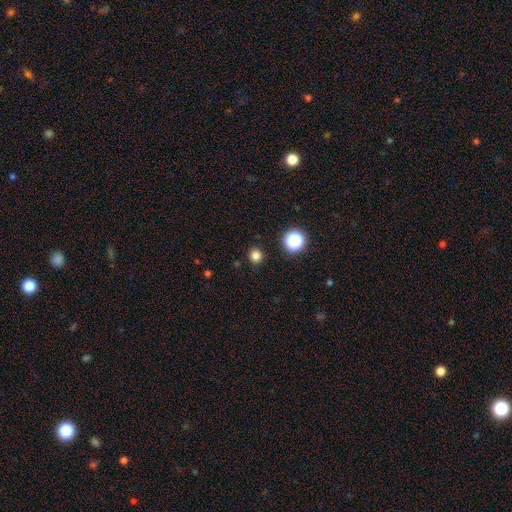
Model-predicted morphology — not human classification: The model was most divided on "smooth or featured": smooth: 81%, star or artifact: 16%, featured or disk: 4%. More confident: merging — none (92%); how rounded — round (90%).